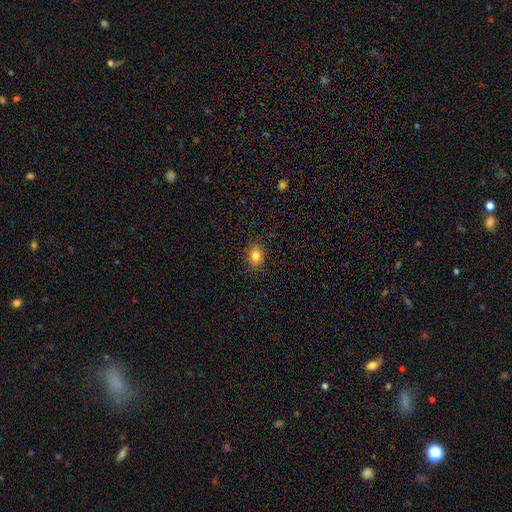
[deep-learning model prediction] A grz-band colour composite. It shows a smooth galaxy with no disk features (82%) that is in between round and cigar-shaped (55%). Merging: none (89%).